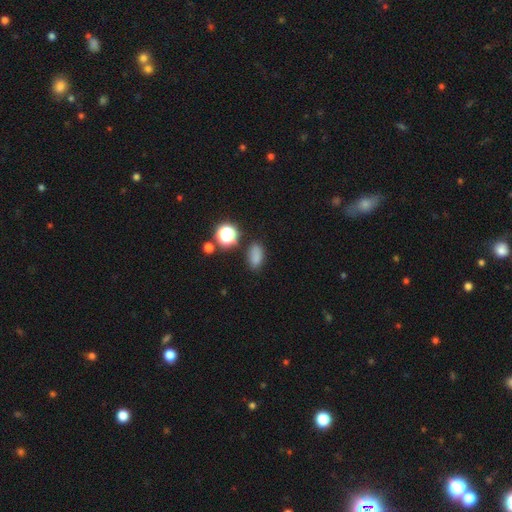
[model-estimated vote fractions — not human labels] Overall: smooth (77%). How rounded: in between (83%). Merging: none (76%).